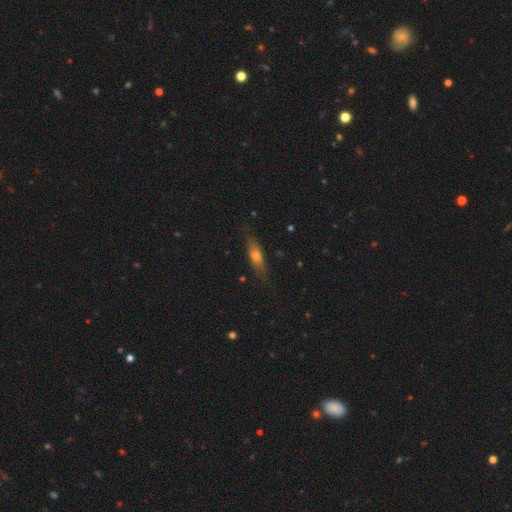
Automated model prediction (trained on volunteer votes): Smooth or featured? Predicted: smooth (p=0.51). How rounded? Predicted: cigar-shaped (p=0.61). Merging? Predicted: none (p=0.80).